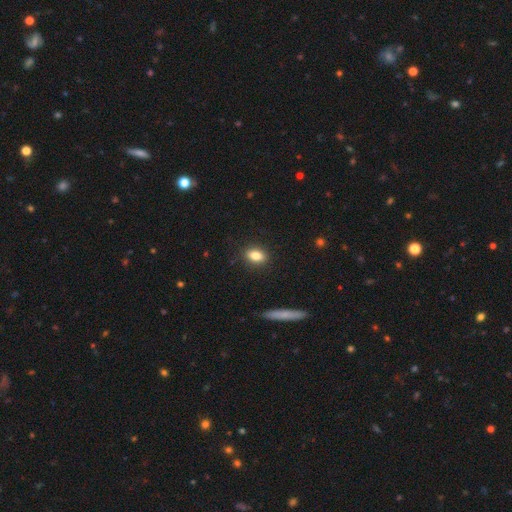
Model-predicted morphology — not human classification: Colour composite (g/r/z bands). It shows a smooth galaxy with no disk features (82%) that is in between round and cigar-shaped (76%). Merging: none (88%).